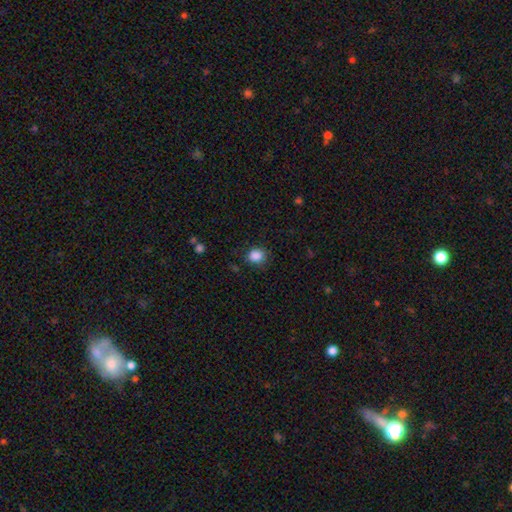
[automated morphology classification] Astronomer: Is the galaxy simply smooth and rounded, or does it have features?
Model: smooth — 87%.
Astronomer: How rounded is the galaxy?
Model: round — 72%.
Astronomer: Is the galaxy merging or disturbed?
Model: none — 80%.